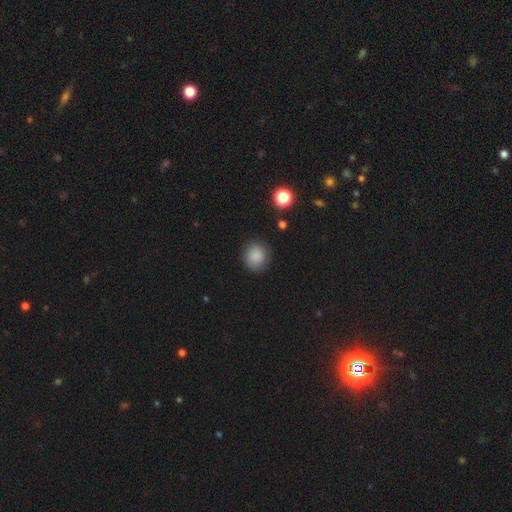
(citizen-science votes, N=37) This is clearly a smooth galaxy (95%). How rounded: clearly round (86%). Merging: clearly none (80%).